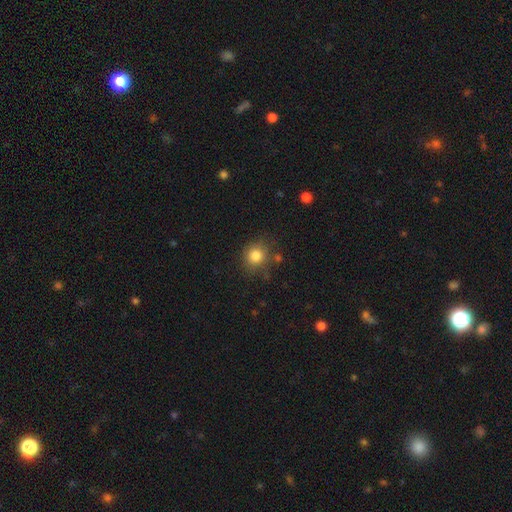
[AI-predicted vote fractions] Morphology: type=smooth (83%); roundness=round (84%); merging=none (77%).